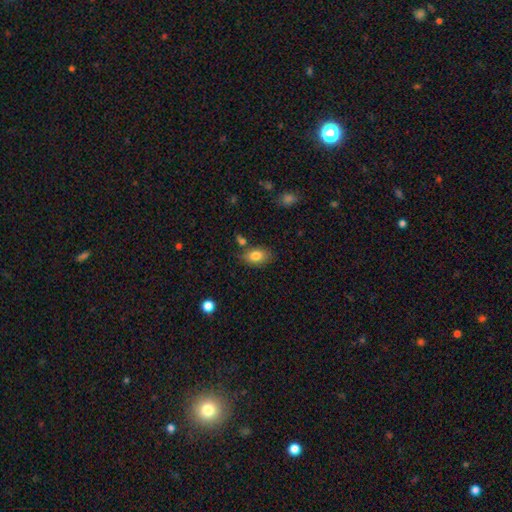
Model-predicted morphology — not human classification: A smooth galaxy with no disk features (82%) that is in between round and cigar-shaped (86%). Merging: none (72%).